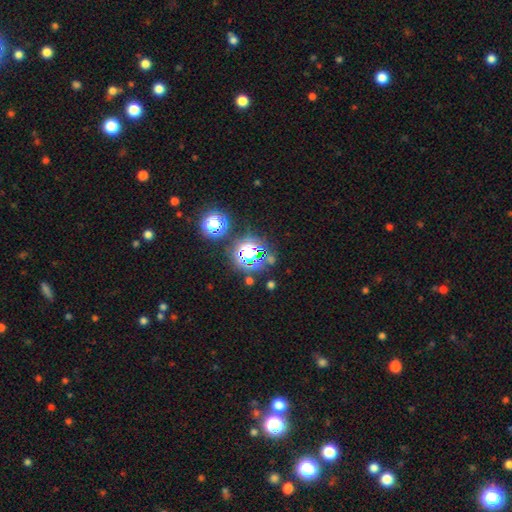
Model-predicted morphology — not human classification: type=star or artifact (71%).